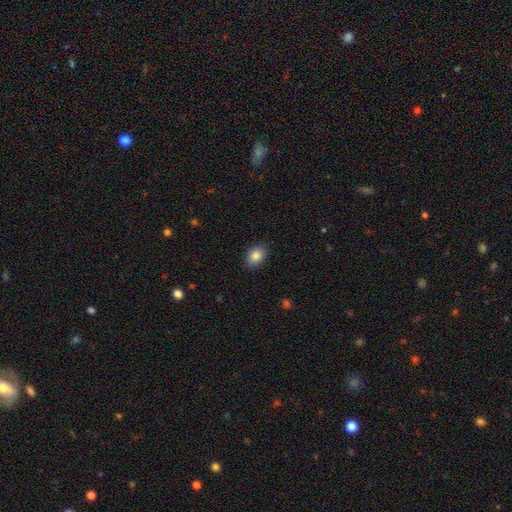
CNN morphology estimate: Smooth or featured: smooth — 85% (star or artifact — 8%)
How rounded: in between — 75% (round — 24%)
Merging: none — 87% (minor disturbance — 9%)